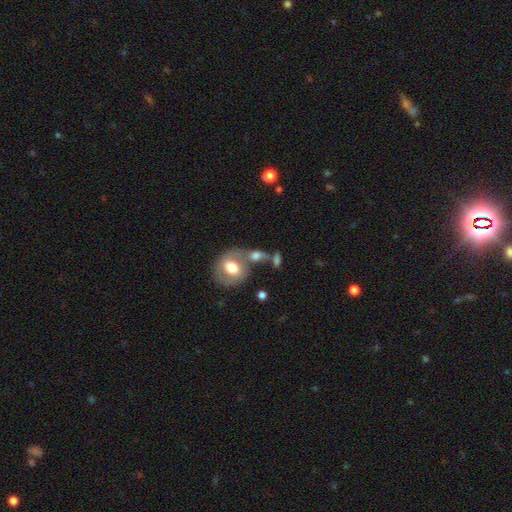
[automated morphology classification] Q: Smooth or featured?
A: smooth (60%); runner-up: featured or disk (31%)
Q: How rounded?
A: in between (53%); runner-up: round (40%)
Q: Merging?
A: none (43%); runner-up: merger (35%)